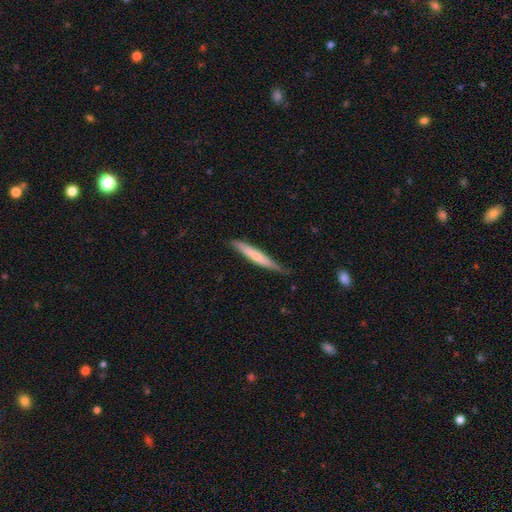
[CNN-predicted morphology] Smooth or featured? smooth (60%)
How rounded? cigar-shaped (95%)
Merging? none (78%)